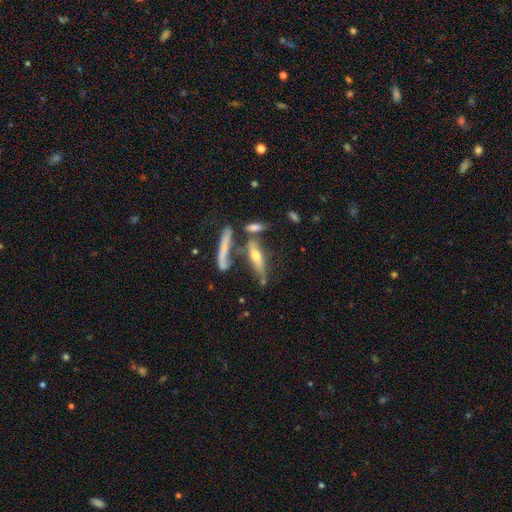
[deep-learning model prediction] The model was most divided on "smooth or featured": featured or disk: 53%, smooth: 38%, star or artifact: 9%. Remaining: edge-on disk — yes (80%); merging — none (49%).